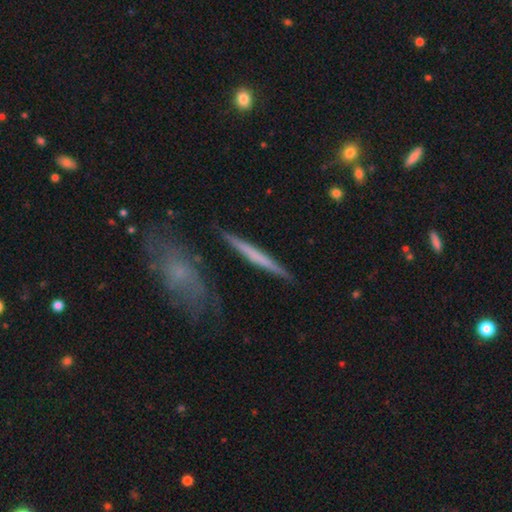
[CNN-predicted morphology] Smooth or featured? featured or disk (48%)
Merging? none (86%)